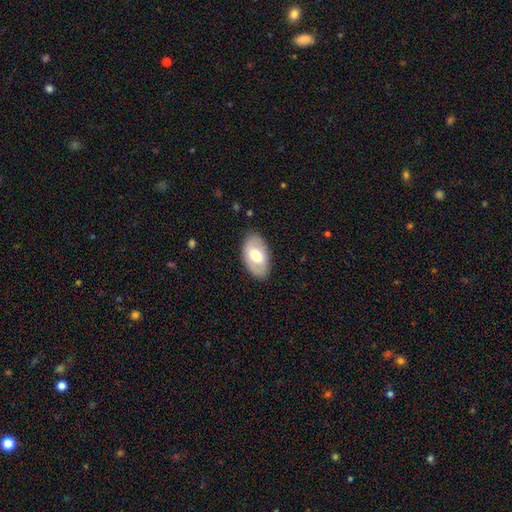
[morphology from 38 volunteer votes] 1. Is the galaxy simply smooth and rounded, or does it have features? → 50% featured or disk, 47% smooth, 3% star or artifact.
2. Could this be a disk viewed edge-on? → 89% no, 11% yes.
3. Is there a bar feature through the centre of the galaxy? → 59% weak, 29% no, 12% strong.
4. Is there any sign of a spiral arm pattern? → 53% no, 47% yes.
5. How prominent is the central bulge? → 71% moderate, 18% small, 6% dominant, 6% large, 0% none.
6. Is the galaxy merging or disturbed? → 95% none, 5% minor disturbance, 0% major disturbance, 0% merger.